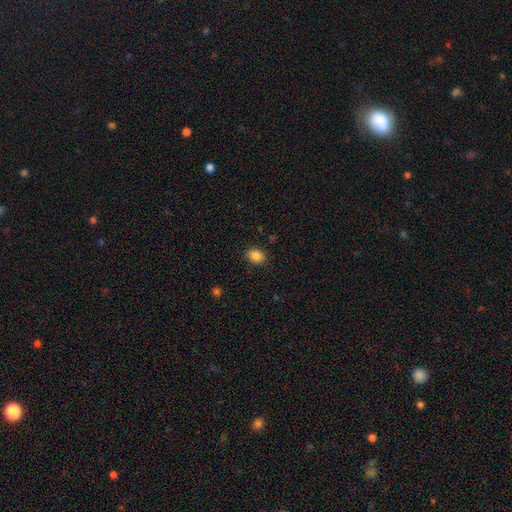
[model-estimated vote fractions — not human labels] A smooth galaxy with no disk features (87%) that is in between round and cigar-shaped (68%).

Vote fractions:
- Smooth or featured? smooth: 87% / star or artifact: 9% / featured or disk: 4%
- How rounded? in between: 68% / round: 31% / cigar-shaped: 1%
- Merging? none: 88% / minor disturbance: 9% / major disturbance: 2% / merger: 1%